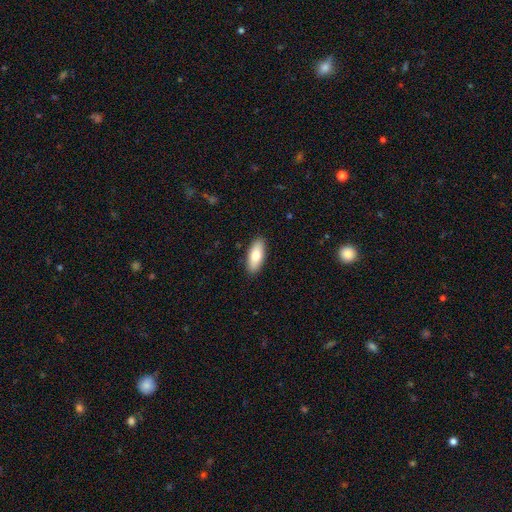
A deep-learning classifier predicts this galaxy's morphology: This appears to be a smooth galaxy with no disk features (76%) that is in between round and cigar-shaped (80%). Merging: none (90%).